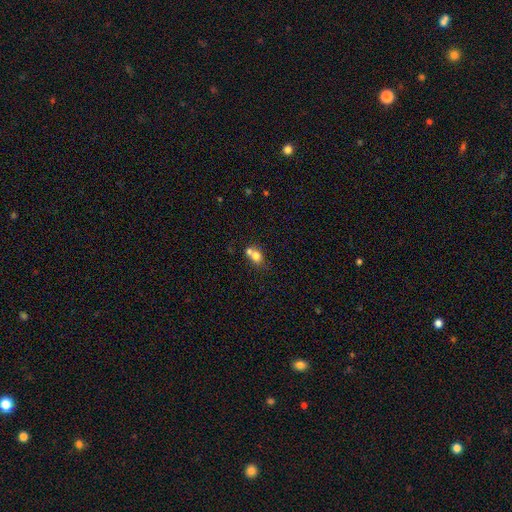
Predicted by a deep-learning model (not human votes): A smooth galaxy with no disk features (74%) that is round (57%). Merging: merger (53%).